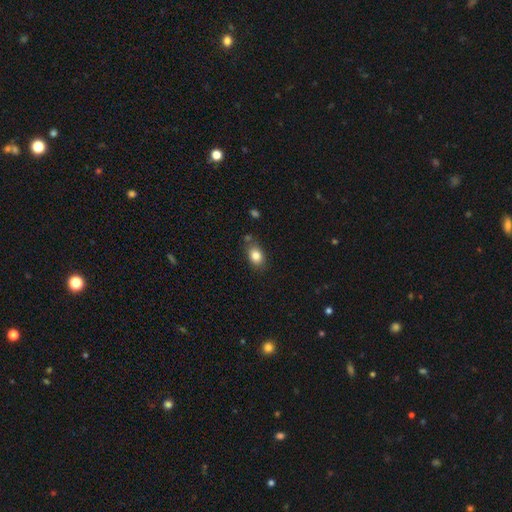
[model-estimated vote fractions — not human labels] smooth_or_featured: smooth (p=0.83) [alt: star or artifact p=0.09]
how_rounded: in between (p=0.73) [alt: round p=0.25]
merging: none (p=0.73) [alt: minor disturbance p=0.17]